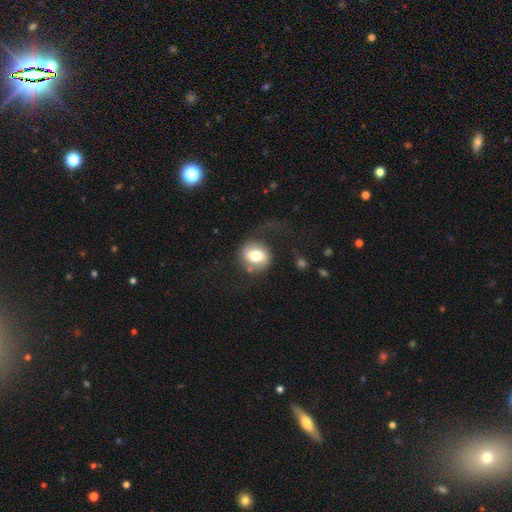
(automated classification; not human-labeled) The model was most divided on "smooth or featured": smooth: 55%, featured or disk: 38%, star or artifact: 7%. More confident: how rounded — round (77%); merging — none (54%).